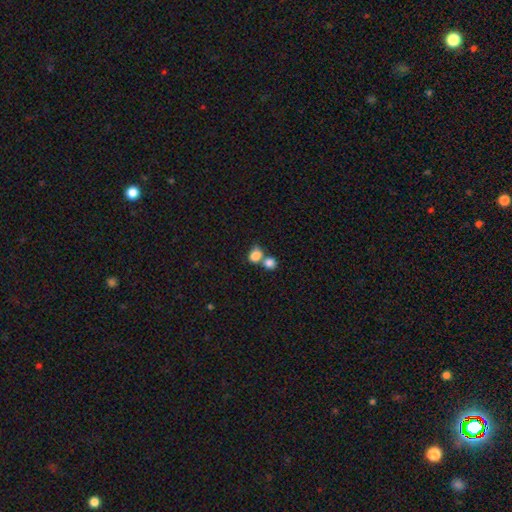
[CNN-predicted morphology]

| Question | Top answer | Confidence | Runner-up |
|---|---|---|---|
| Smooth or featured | smooth | 83% | star or artifact (9%) |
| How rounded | in between | 53% | round (46%) |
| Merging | merger | 53% | none (35%) |